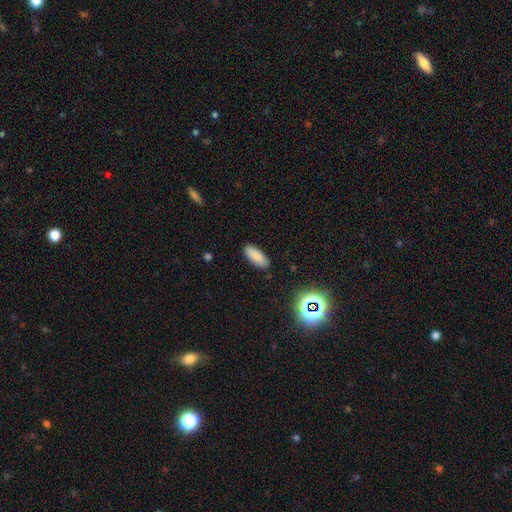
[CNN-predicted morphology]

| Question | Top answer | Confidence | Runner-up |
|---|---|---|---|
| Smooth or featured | smooth | 86% | star or artifact (9%) |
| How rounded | in between | 76% | cigar-shaped (22%) |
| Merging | none | 88% | minor disturbance (9%) |